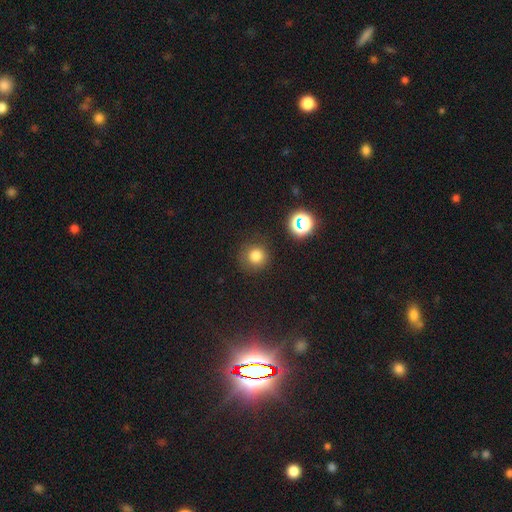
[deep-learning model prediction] The model was most divided on "smooth or featured": smooth: 78%, star or artifact: 16%, featured or disk: 6%. More confident: how rounded — round (92%); merging — none (85%).